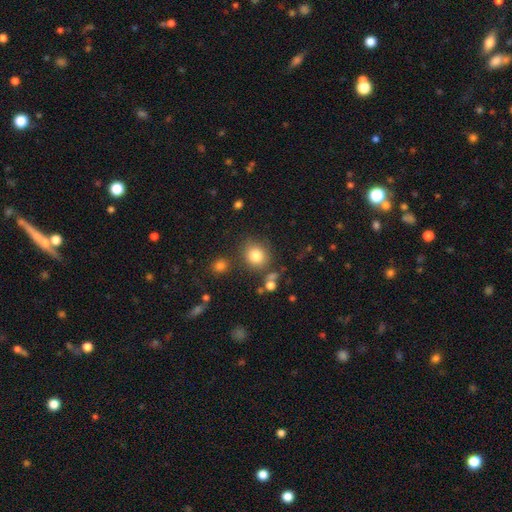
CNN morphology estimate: A smooth galaxy with no disk features (81%) that is round (80%).

Vote fractions:
- Smooth or featured? smooth: 81% / star or artifact: 12% / featured or disk: 7%
- How rounded? round: 80% / in between: 19% / cigar-shaped: 1%
- Merging? none: 77% / minor disturbance: 11% / merger: 7% / major disturbance: 4%